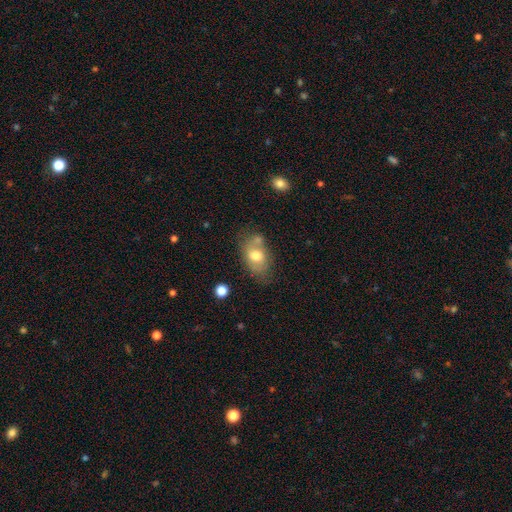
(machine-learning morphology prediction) smooth-or-featured: smooth: 66% | featured or disk: 26% | star or artifact: 8%
  how-rounded: in between: 82% | round: 16% | cigar-shaped: 2%
  merging: none: 47% | minor disturbance: 23% | merger: 21% | major disturbance: 9%